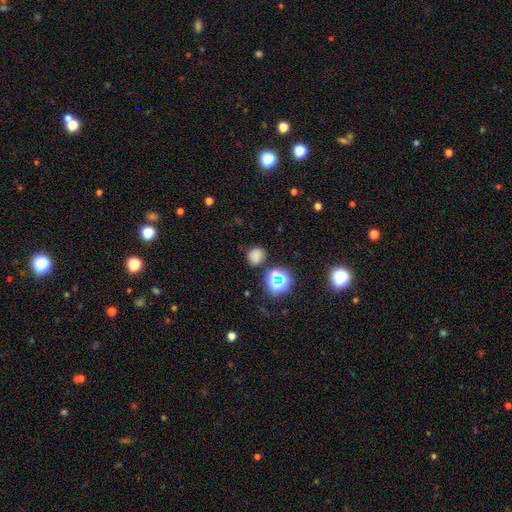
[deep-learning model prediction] A smooth galaxy with no disk features (71%) that is round (72%). Merging: none (77%).